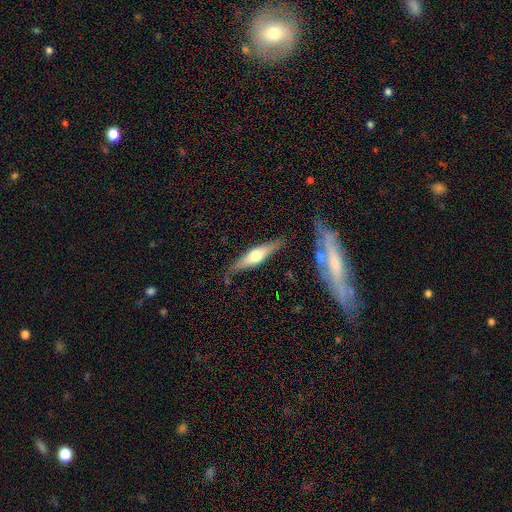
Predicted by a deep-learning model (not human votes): Q: Smooth or featured?
A: featured or disk (62%); runner-up: smooth (33%)
Q: Edge-on disk?
A: yes (93%); runner-up: no (7%)
Q: Edge-on bulge?
A: rounded (90%); runner-up: boxy (6%)
Q: Merging?
A: none (80%); runner-up: minor disturbance (14%)